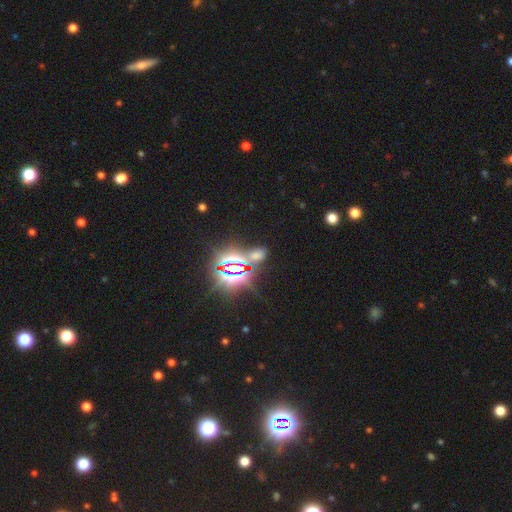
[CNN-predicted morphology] A star or artifact, not a galaxy (63%).